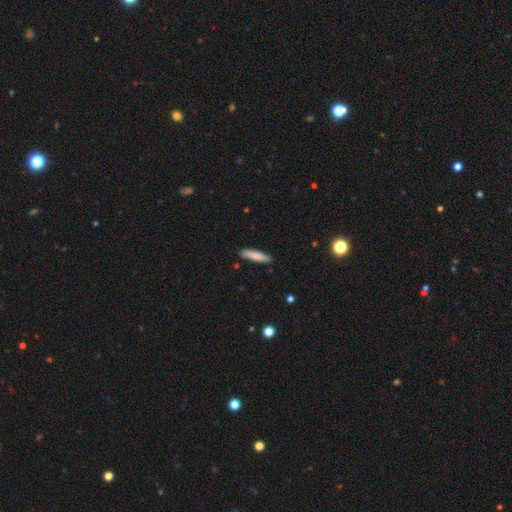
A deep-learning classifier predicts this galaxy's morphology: Smooth or featured? smooth (77%)
How rounded? cigar-shaped (85%)
Merging? none (86%)